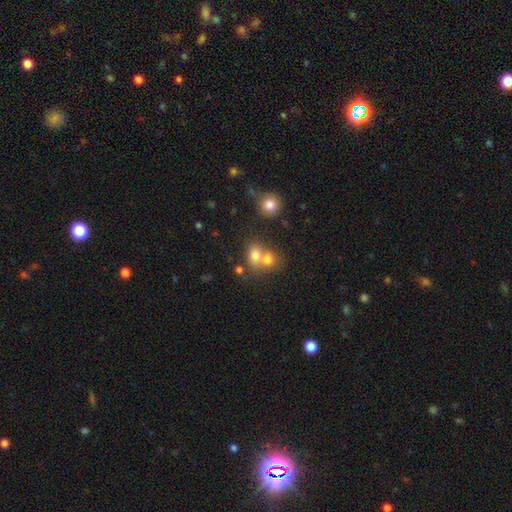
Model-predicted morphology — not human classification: Q: Smooth or featured?
A: smooth (72%); runner-up: featured or disk (14%)
Q: How rounded?
A: in between (54%); runner-up: round (45%)
Q: Merging?
A: merger (59%); runner-up: none (31%)